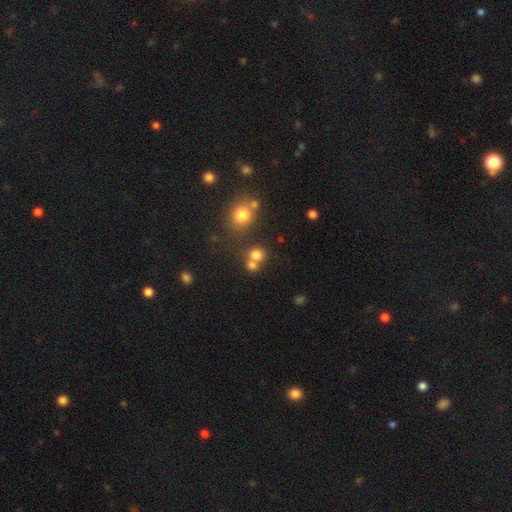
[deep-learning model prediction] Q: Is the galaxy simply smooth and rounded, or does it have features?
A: smooth — 74%.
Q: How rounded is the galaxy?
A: round — 76%.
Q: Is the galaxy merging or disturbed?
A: none — 46%.